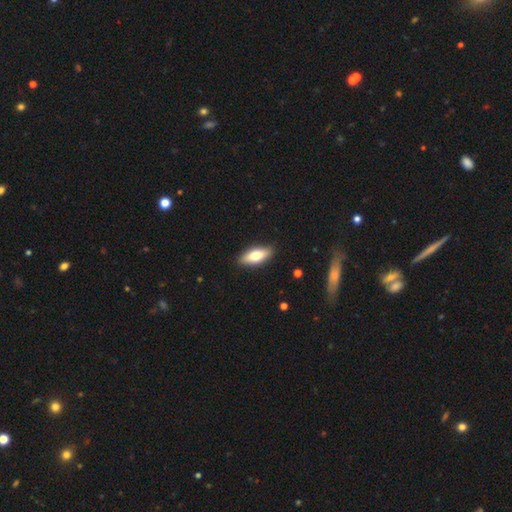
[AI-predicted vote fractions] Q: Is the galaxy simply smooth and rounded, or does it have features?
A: smooth — 73%.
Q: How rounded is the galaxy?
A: in between — 78%.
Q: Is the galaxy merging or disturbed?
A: none — 89%.